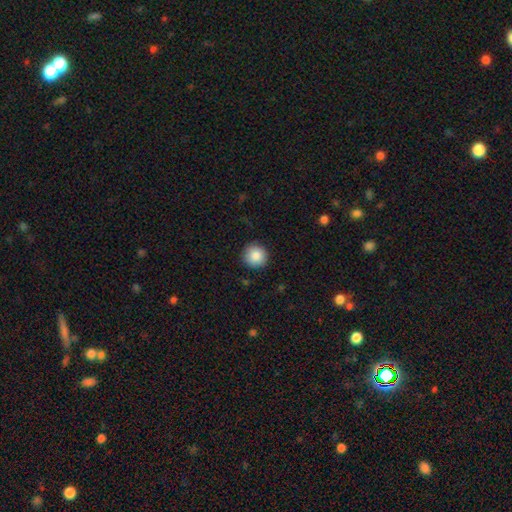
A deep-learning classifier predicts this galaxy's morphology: This appears to be a smooth galaxy with no disk features (87%) that is round (95%). Merging: none (90%).